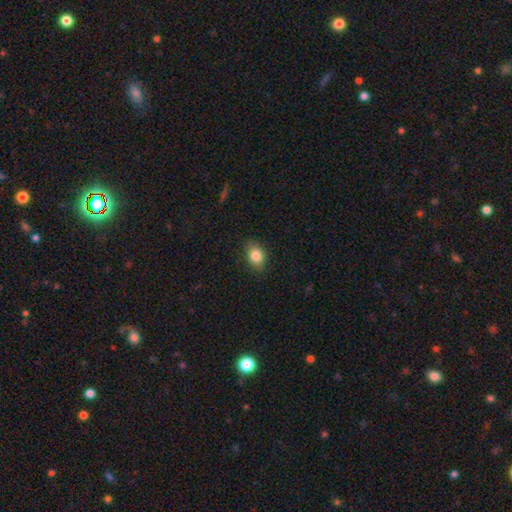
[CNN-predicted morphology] A smooth galaxy with no disk features (84%) that is in between round and cigar-shaped (70%). Merging: none (82%).